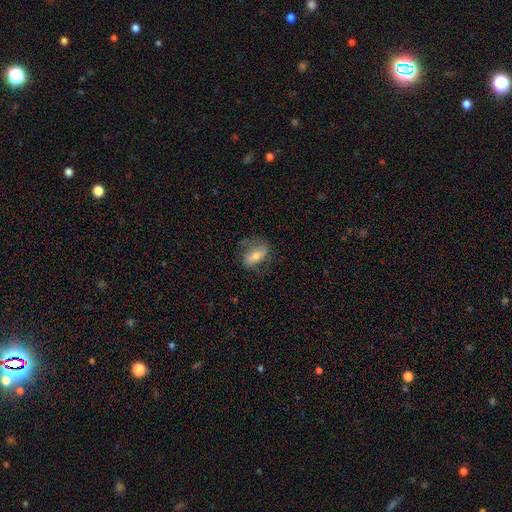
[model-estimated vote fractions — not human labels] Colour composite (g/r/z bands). It shows a smooth galaxy with no disk features (46%). Merging: none (64%).